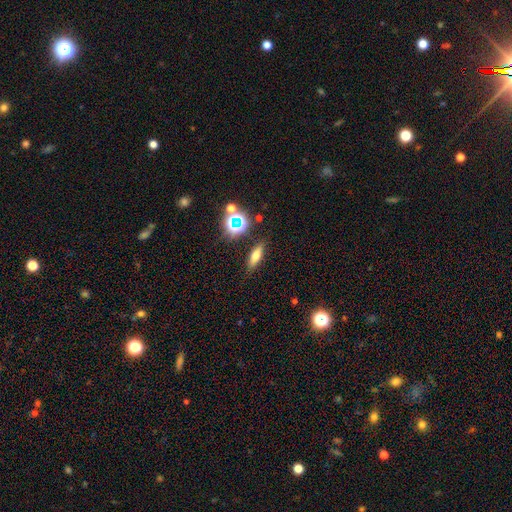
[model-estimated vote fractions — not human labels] Smooth or featured? smooth (59%)
How rounded? cigar-shaped (48%)
Merging? none (85%)